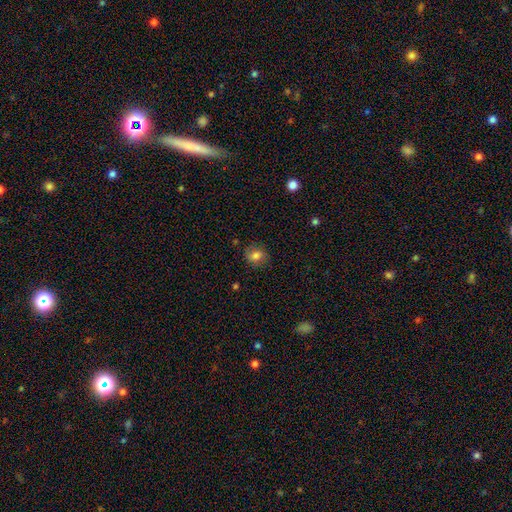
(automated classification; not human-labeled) Morphology: type=smooth (73%); roundness=round (62%); merging=none (80%).